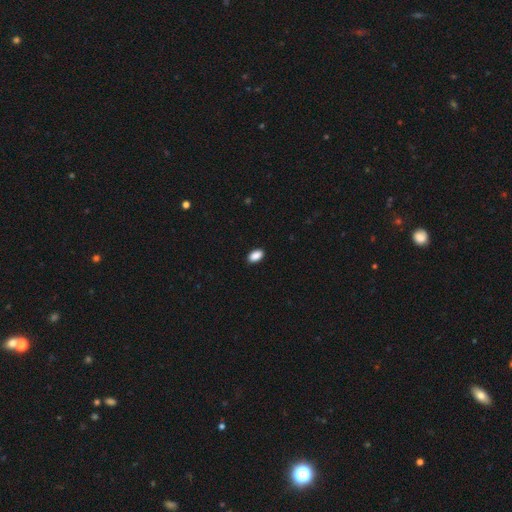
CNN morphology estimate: smooth-or-featured: smooth: 90% | star or artifact: 7% | featured or disk: 3%
  how-rounded: in between: 93% | round: 4% | cigar-shaped: 2%
  merging: none: 89% | minor disturbance: 8% | major disturbance: 2% | merger: 1%